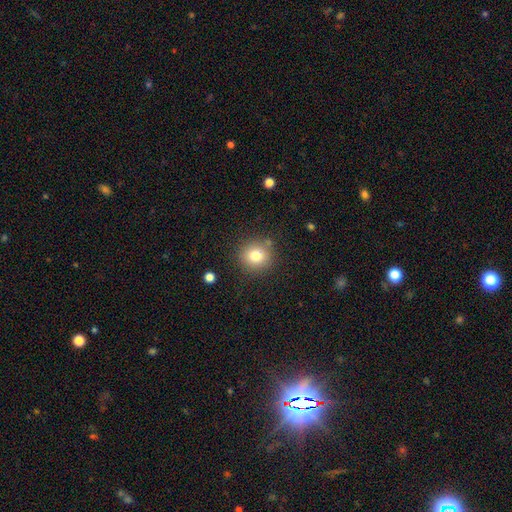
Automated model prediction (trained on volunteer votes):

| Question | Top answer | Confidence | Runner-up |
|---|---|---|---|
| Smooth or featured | smooth | 79% | star or artifact (12%) |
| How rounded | round | 90% | in between (9%) |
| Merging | none | 85% | minor disturbance (9%) |